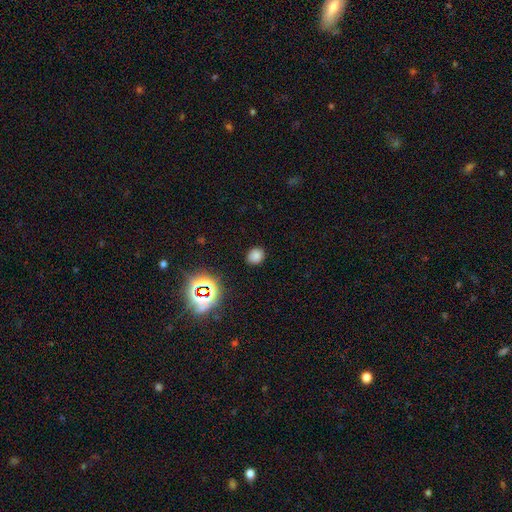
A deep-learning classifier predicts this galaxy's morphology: A smooth galaxy with no disk features (76%) that is round (62%). Merging: none (86%).